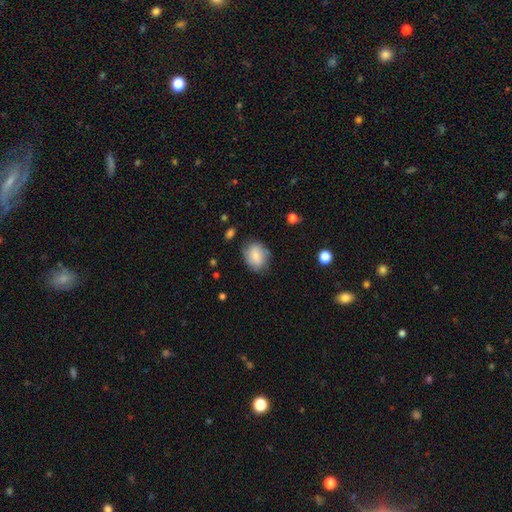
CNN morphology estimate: type=smooth (80%); roundness=in between (54%); merging=none (75%).